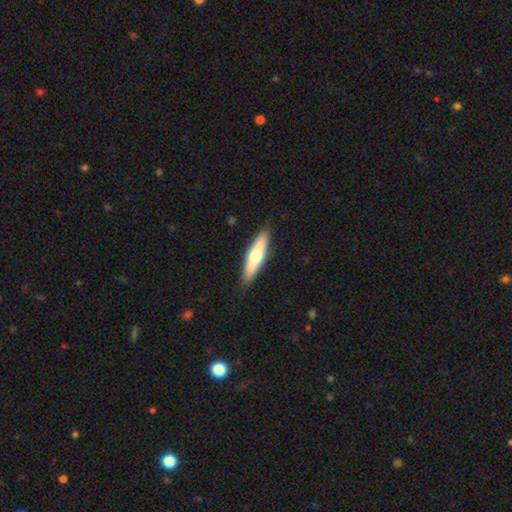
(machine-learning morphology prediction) Q: Smooth or featured?
A: smooth (57%); runner-up: featured or disk (38%)
Q: How rounded?
A: cigar-shaped (71%); runner-up: in between (27%)
Q: Merging?
A: none (88%); runner-up: minor disturbance (9%)